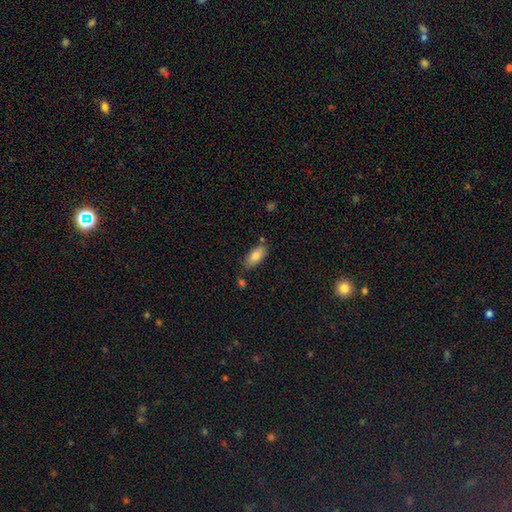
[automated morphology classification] Smooth or featured? Predicted: smooth (p=0.82). How rounded? Predicted: in between (p=0.87). Merging? Predicted: none (p=0.72).